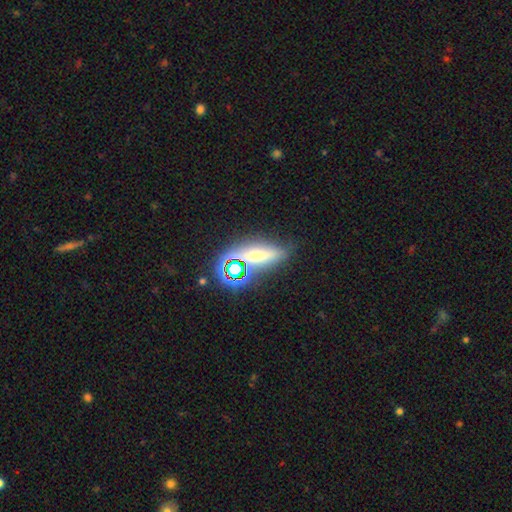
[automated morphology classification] This is possibly a smooth galaxy (46%). Merging: likely none (69%).